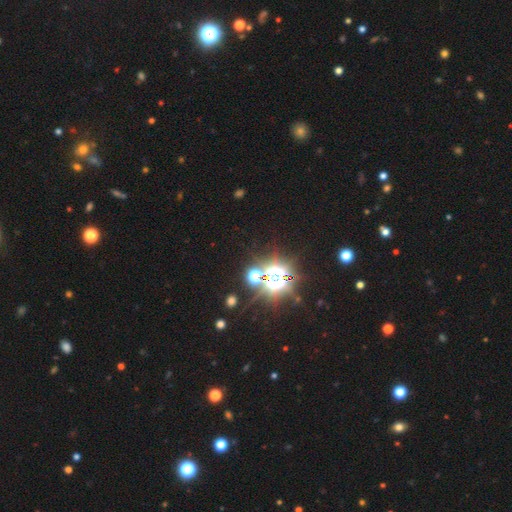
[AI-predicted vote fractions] The model was most divided on "smooth or featured": star or artifact: 83%, smooth: 11%, featured or disk: 6%.